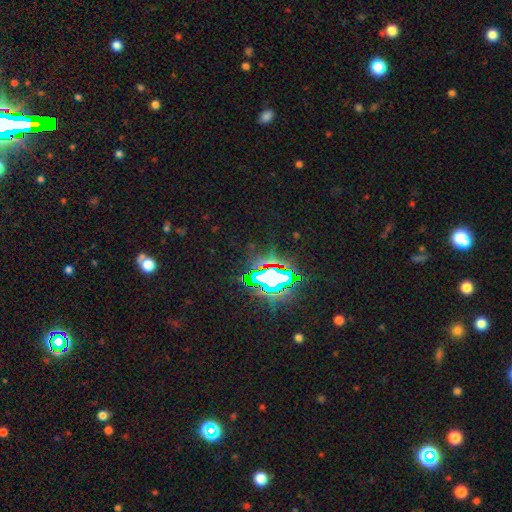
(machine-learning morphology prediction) A star or artifact, not a galaxy (81%).

Vote fractions:
- Smooth or featured? star or artifact: 81% / smooth: 12% / featured or disk: 8%